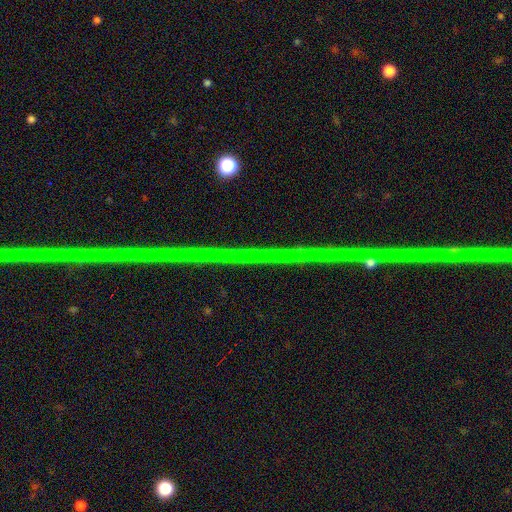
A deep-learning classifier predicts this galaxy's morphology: This is clearly a star or artifact rather than a galaxy (85%).